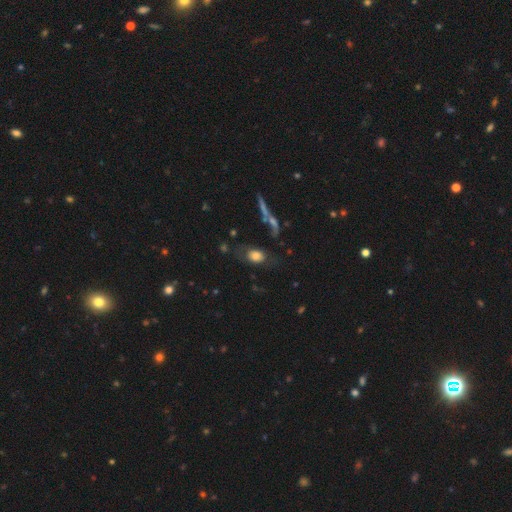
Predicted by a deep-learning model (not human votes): Smooth or featured? smooth (68%)
How rounded? in between (74%)
Merging? none (48%)